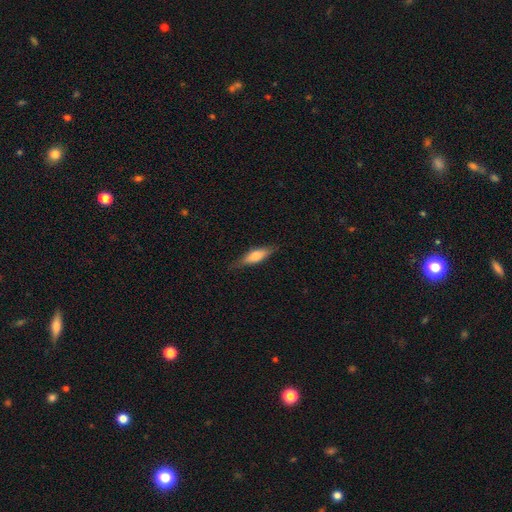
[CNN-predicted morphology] Overall: smooth (65%; featured or disk 29%). How rounded: cigar-shaped (53%; in between 45%). Merging: none (80%).